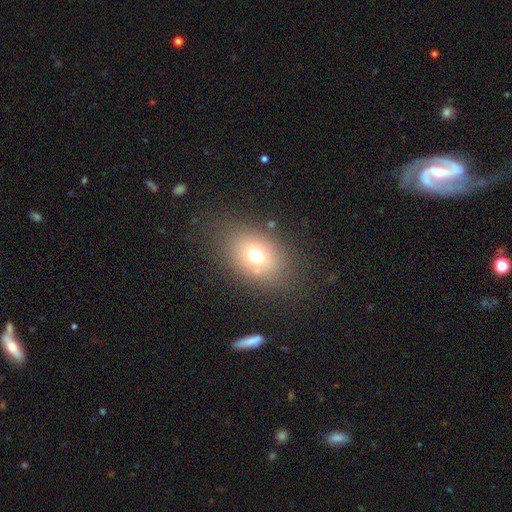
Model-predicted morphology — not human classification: A smooth galaxy with no disk features (71%) that is in between round and cigar-shaped (65%). Merging: none (80%).